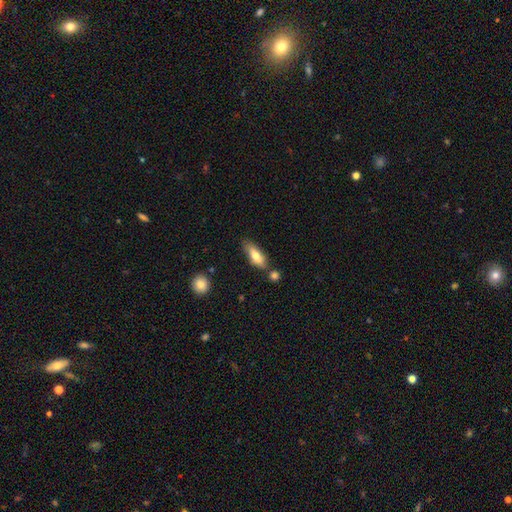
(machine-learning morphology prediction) Smooth or featured? smooth (70%)
How rounded? in between (54%)
Merging? none (67%)